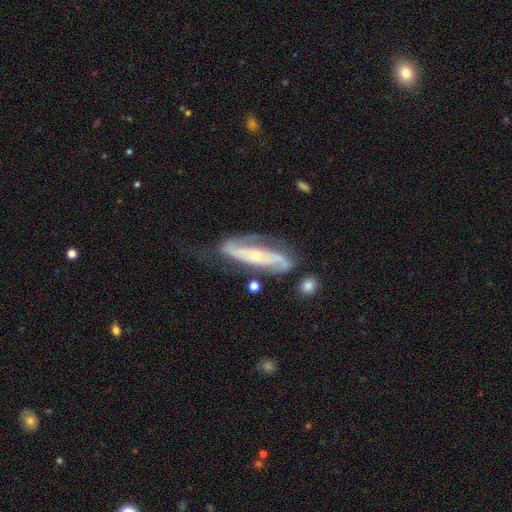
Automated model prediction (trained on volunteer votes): Overall: featured or disk (86%). Edge-on disk: no (87%). Bar: no (39%; strong 38%). Spiral arms: yes (95%). Spiral arm count: 2 (86%). Spiral winding: medium (42%; tight 34%). Bulge size: small (67%; moderate 29%). Merging: none (60%; minor disturbance 23%).